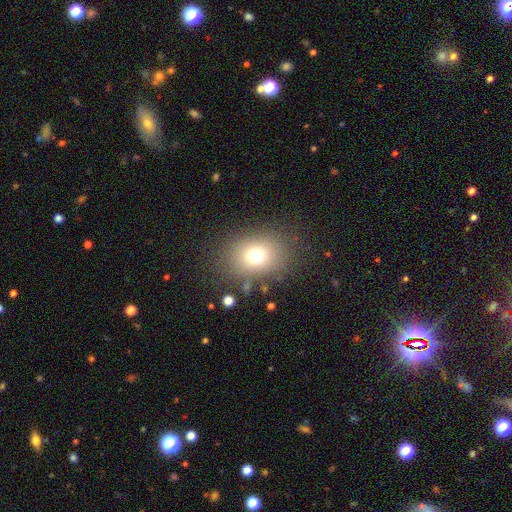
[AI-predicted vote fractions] smooth-or-featured: smooth: 72% | star or artifact: 16% | featured or disk: 12%
  how-rounded: in between: 52% | round: 47% | cigar-shaped: 1%
  merging: none: 80% | minor disturbance: 11% | major disturbance: 7% | merger: 3%